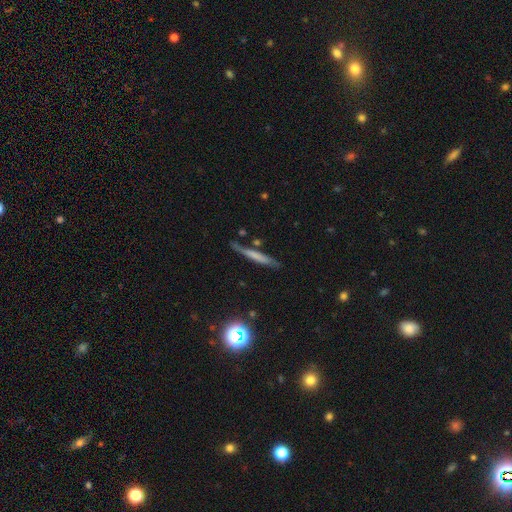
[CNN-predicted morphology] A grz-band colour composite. It shows a smooth galaxy with no disk features (52%) that is cigar-shaped (92%). Merging: none (73%).